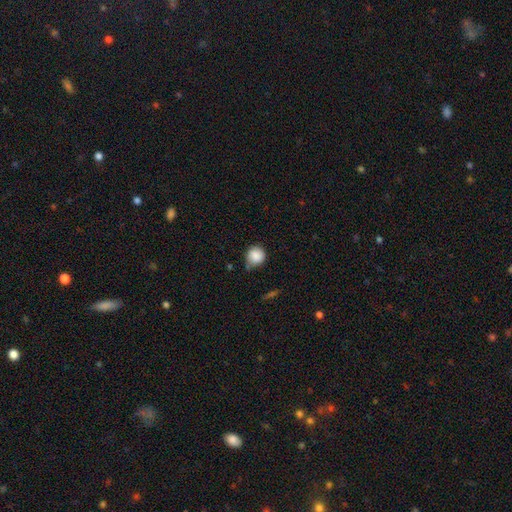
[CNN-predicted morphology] Overall: smooth (86%). How rounded: round (89%). Merging: none (61%; minor disturbance 29%).